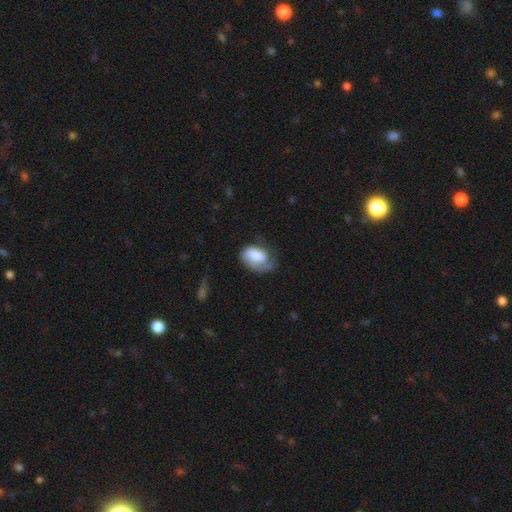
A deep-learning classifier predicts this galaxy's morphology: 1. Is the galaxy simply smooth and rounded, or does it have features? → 52% smooth, 42% featured or disk, 6% star or artifact.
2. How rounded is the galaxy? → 88% in between, 10% round, 2% cigar-shaped.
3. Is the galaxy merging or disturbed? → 40% none, 30% minor disturbance, 28% major disturbance, 2% merger.